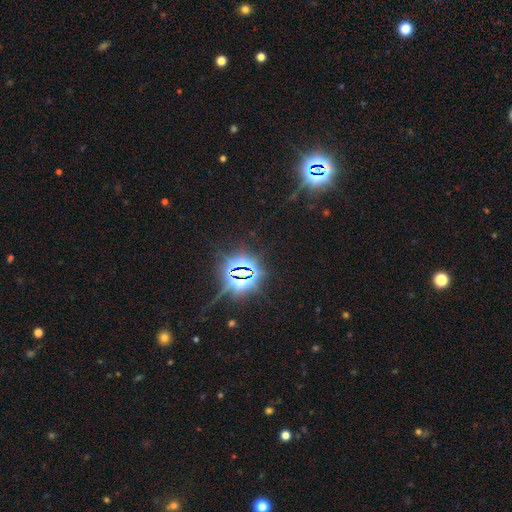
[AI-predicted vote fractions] The model was most divided on "smooth or featured": star or artifact: 85%, smooth: 10%, featured or disk: 6%.